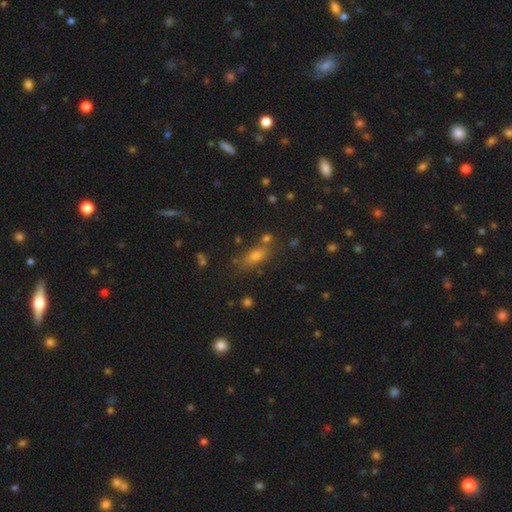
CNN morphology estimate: smooth_or_featured: smooth (p=0.68) [alt: star or artifact p=0.19]
how_rounded: in between (p=0.70) [alt: cigar-shaped p=0.16]
merging: none (p=0.69) [alt: minor disturbance p=0.14]